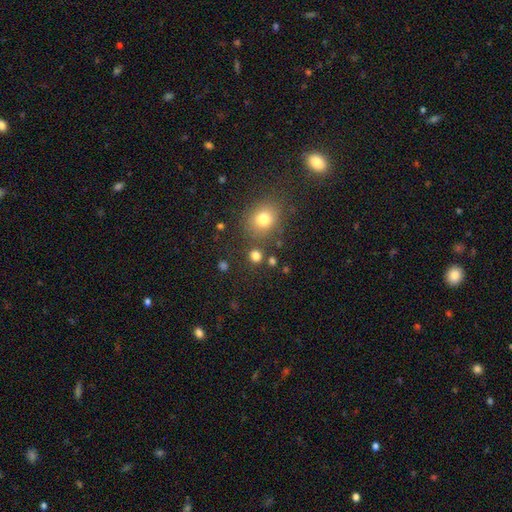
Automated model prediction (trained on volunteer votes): Smooth or featured: smooth — 77% (star or artifact — 17%)
How rounded: round — 82% (in between — 17%)
Merging: none — 79% (merger — 9%)